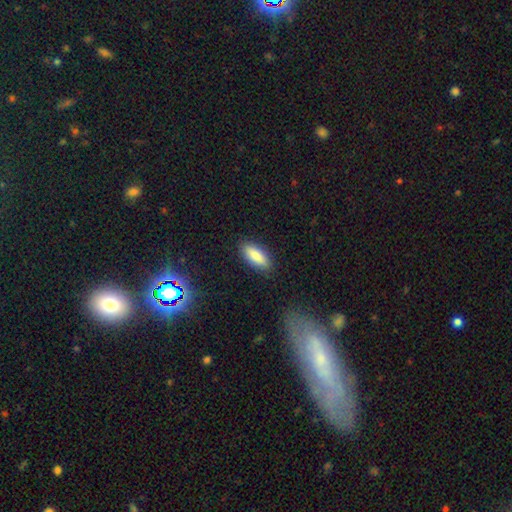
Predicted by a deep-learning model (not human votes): A smooth galaxy with no disk features (86%) that is in between round and cigar-shaped (76%). Merging: none (87%).